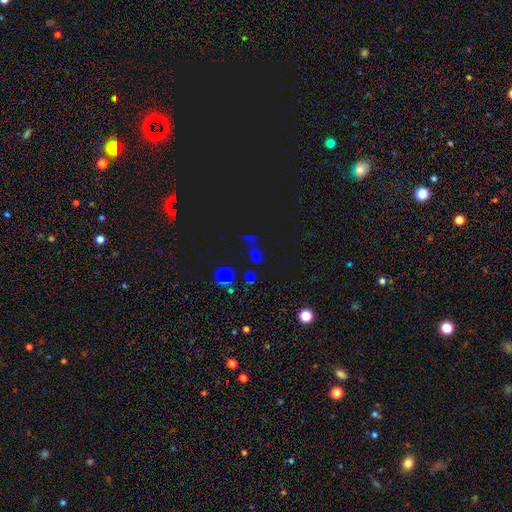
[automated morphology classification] Smooth or featured? star or artifact (52%)